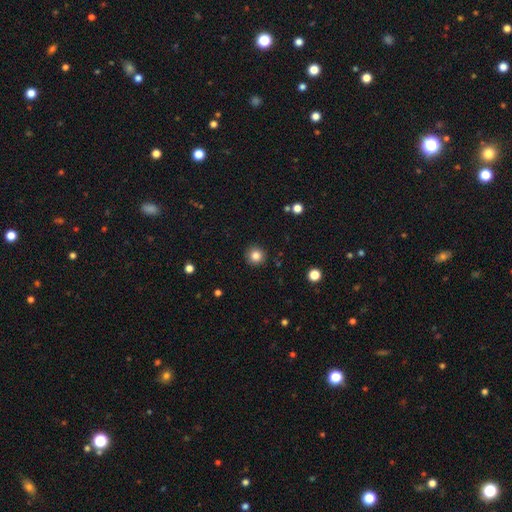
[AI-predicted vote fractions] A smooth galaxy with no disk features (84%) that is round (94%). Merging: none (91%).